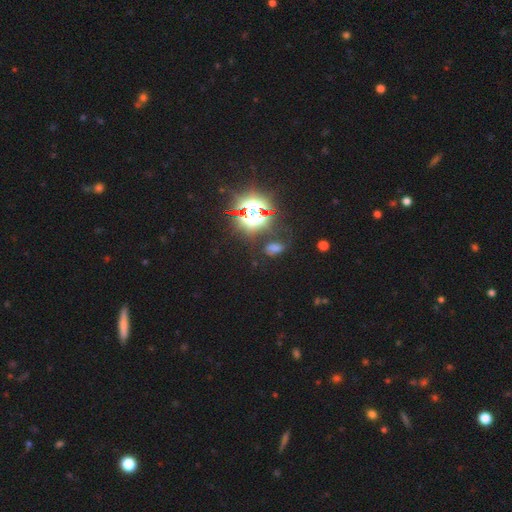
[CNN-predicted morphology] Overall: star or artifact (80%).